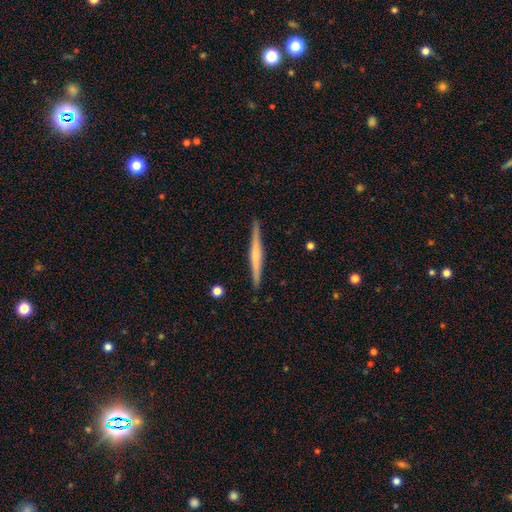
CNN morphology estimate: This is possibly a featured or disk galaxy (59%). It is clearly viewed edge-on (98%). Edge-on bulge: possibly none (46%). Merging: clearly none (91%).